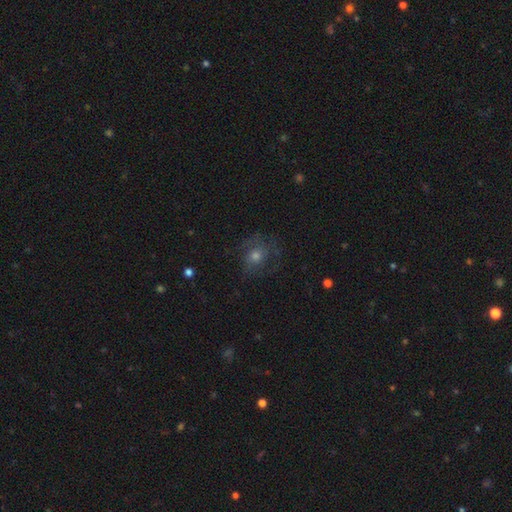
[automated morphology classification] Q: Smooth or featured?
A: featured or disk (44%); runner-up: smooth (35%)
Q: Merging?
A: none (67%); runner-up: minor disturbance (17%)